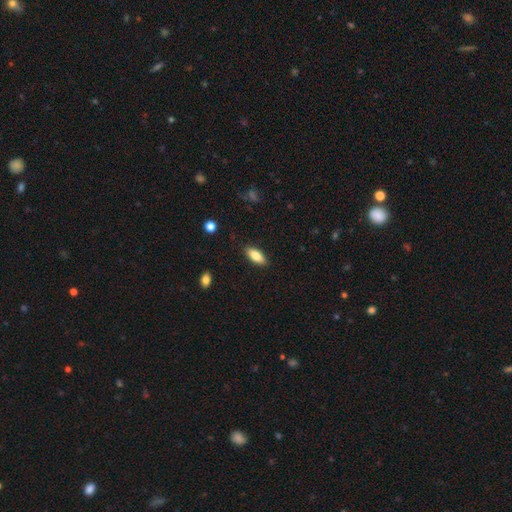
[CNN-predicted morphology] A smooth galaxy with no disk features (79%) that is in between round and cigar-shaped (75%). Merging: none (87%).